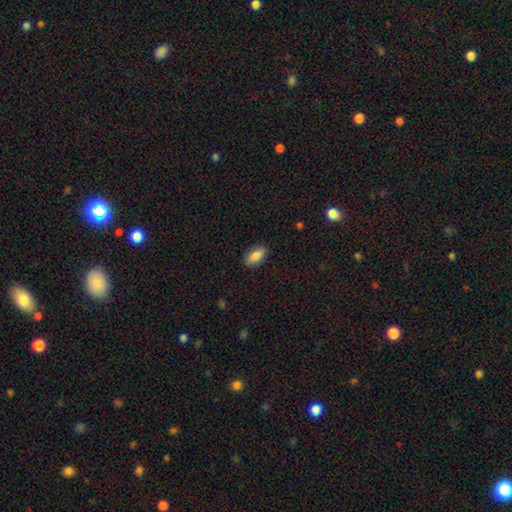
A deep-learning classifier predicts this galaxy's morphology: smooth-or-featured: smooth: 82% | featured or disk: 11% | star or artifact: 7%
  how-rounded: in between: 84% | cigar-shaped: 12% | round: 3%
  merging: none: 86% | minor disturbance: 10% | major disturbance: 2% | merger: 1%